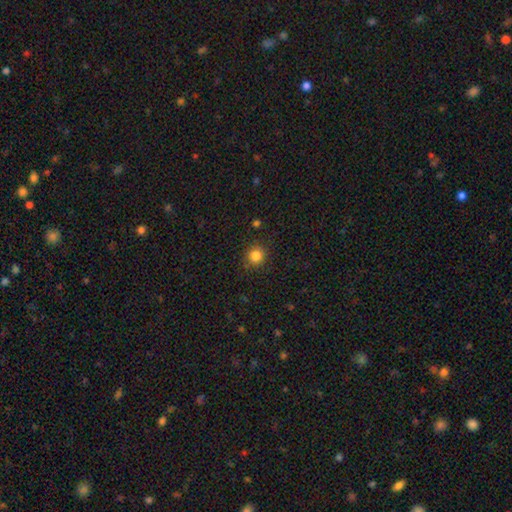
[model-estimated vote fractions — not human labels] The model was most divided on "smooth or featured": smooth: 84%, star or artifact: 12%, featured or disk: 4%. More confident: how rounded — round (92%); merging — none (88%).